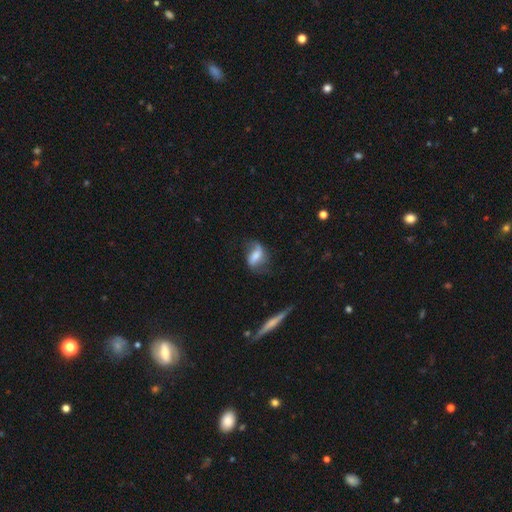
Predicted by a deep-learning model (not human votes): smooth-or-featured: featured or disk: 47% | smooth: 44% | star or artifact: 9%
  merging: none: 53% | minor disturbance: 28% | major disturbance: 16% | merger: 3%